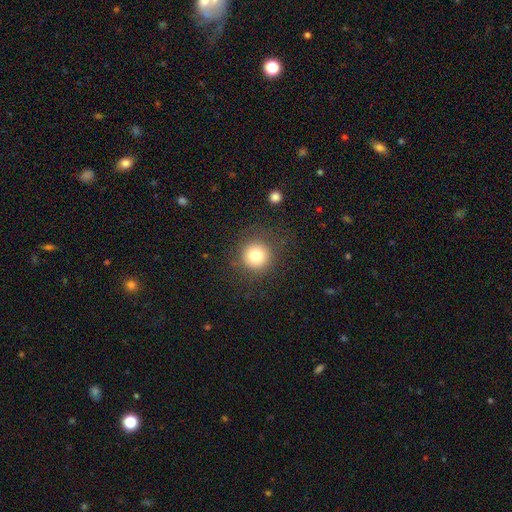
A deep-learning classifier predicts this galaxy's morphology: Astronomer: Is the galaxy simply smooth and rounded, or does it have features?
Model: smooth — 79%.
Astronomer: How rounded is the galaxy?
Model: round — 95%.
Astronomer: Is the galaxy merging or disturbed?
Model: none — 85%.